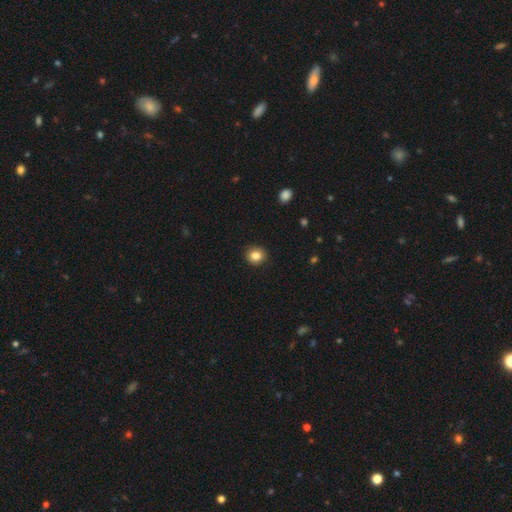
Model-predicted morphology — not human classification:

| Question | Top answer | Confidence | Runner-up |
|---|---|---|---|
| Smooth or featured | smooth | 84% | star or artifact (11%) |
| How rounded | round | 86% | in between (13%) |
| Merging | none | 92% | minor disturbance (6%) |